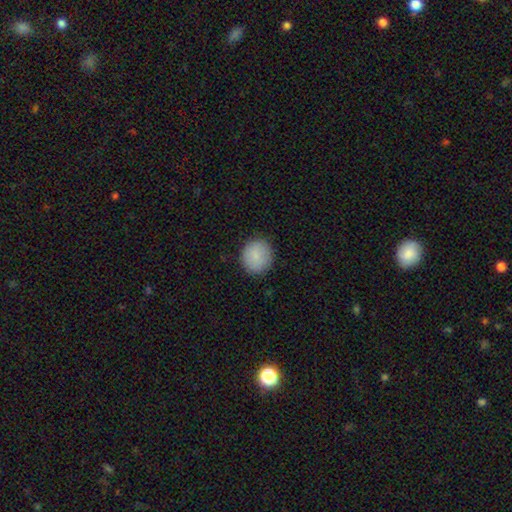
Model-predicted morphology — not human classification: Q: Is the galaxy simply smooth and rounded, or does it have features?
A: smooth — 87%.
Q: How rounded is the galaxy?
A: round — 84%.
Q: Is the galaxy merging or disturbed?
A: none — 88%.